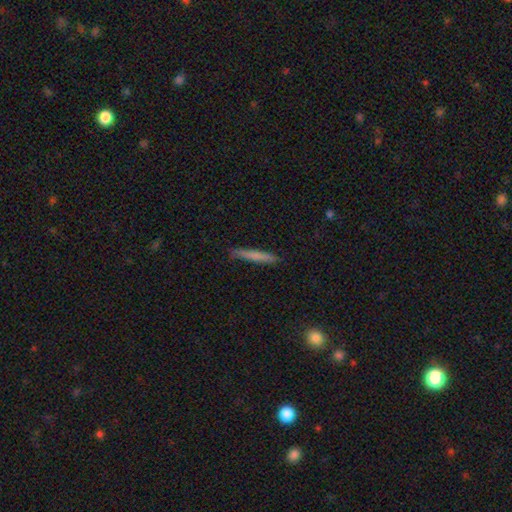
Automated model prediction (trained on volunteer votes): The model was most divided on "smooth or featured": smooth: 73%, featured or disk: 21%, star or artifact: 6%. More confident: how rounded — cigar-shaped (95%); merging — none (87%).